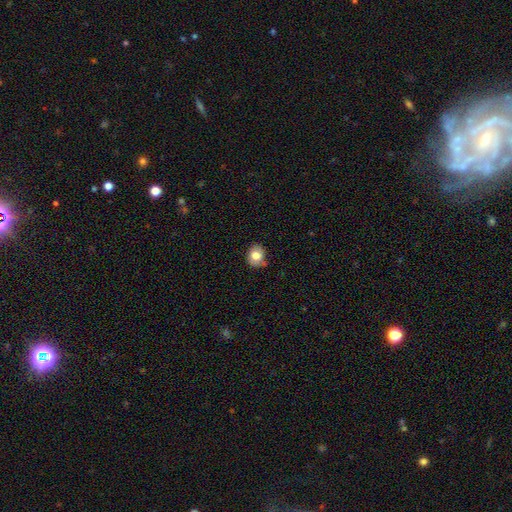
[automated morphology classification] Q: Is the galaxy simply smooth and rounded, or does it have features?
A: smooth — 78%.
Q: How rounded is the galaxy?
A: round — 64%.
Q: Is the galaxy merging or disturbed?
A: none — 74%.